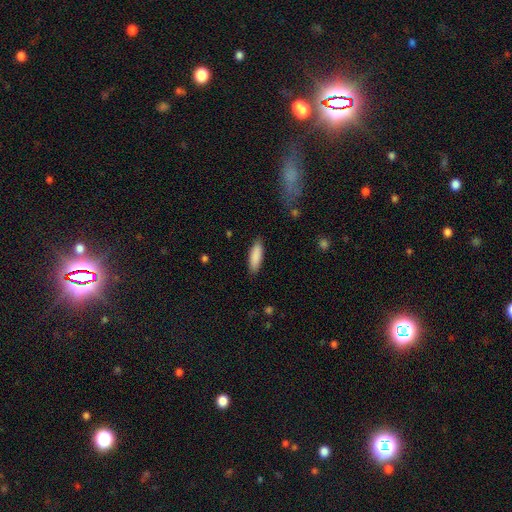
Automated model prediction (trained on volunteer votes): A smooth galaxy with no disk features (88%) that is in between round and cigar-shaped (51%). Merging: none (87%).